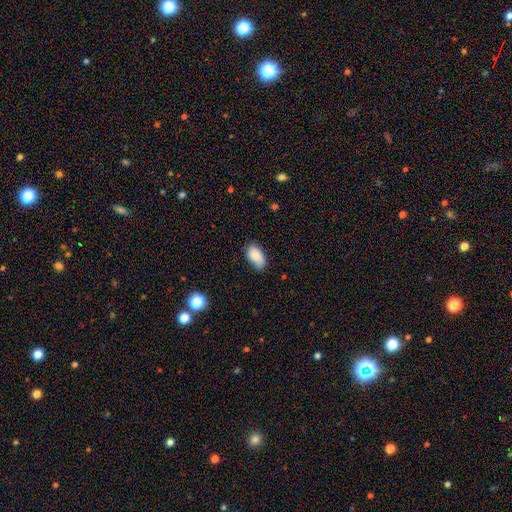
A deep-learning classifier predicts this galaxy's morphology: Smooth or featured?
  - smooth: 85% *
  - star or artifact: 8%
  - featured or disk: 7%
How rounded?
  - in between: 93% *
  - round: 5%
  - cigar-shaped: 2%
Merging?
  - none: 70% *
  - minor disturbance: 24%
  - major disturbance: 4%
  - merger: 2%